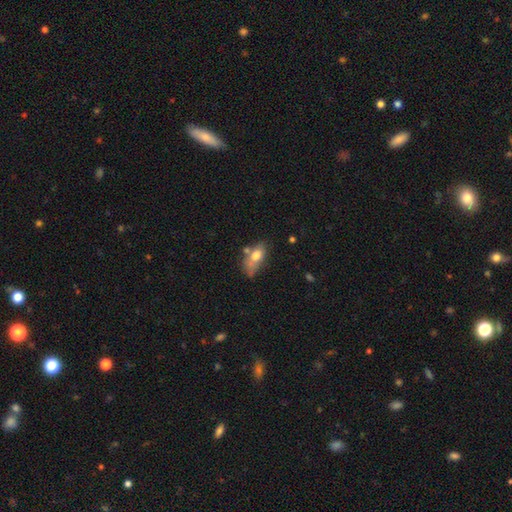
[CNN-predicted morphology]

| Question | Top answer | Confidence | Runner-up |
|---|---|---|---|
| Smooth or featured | smooth | 69% | featured or disk (23%) |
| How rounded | in between | 86% | round (8%) |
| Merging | none | 37% | minor disturbance (27%) |